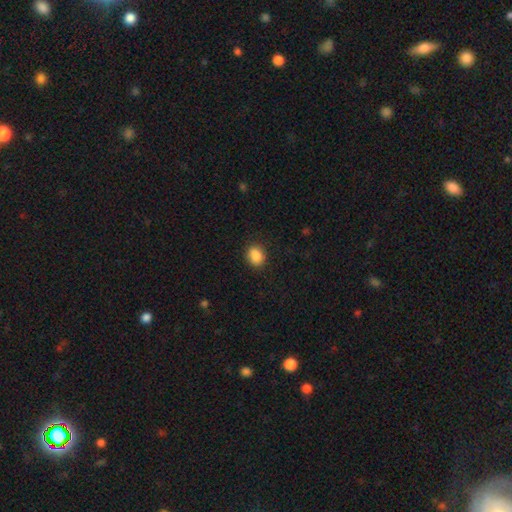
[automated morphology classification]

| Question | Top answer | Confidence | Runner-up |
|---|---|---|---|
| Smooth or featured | smooth | 87% | star or artifact (9%) |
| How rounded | in between | 51% | round (48%) |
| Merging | none | 85% | minor disturbance (11%) |